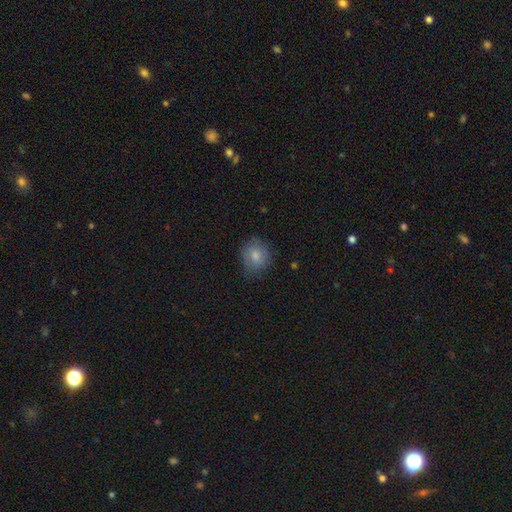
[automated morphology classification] smooth_or_featured: smooth (p=0.77) [alt: featured or disk p=0.15]
how_rounded: round (p=0.75) [alt: in between p=0.24]
merging: none (p=0.70) [alt: minor disturbance p=0.23]